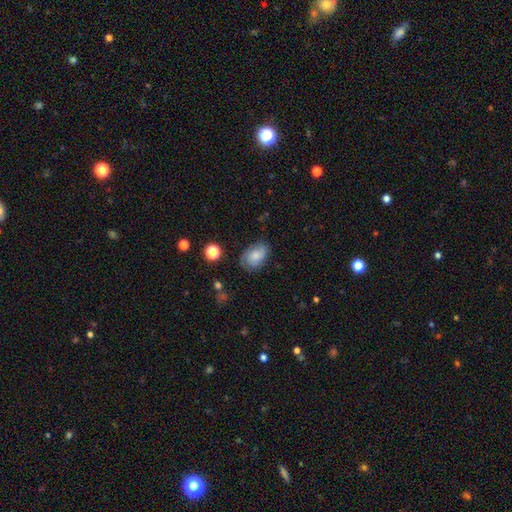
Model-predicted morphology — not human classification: Smooth or featured? smooth (64%)
How rounded? in between (83%)
Merging? none (69%)